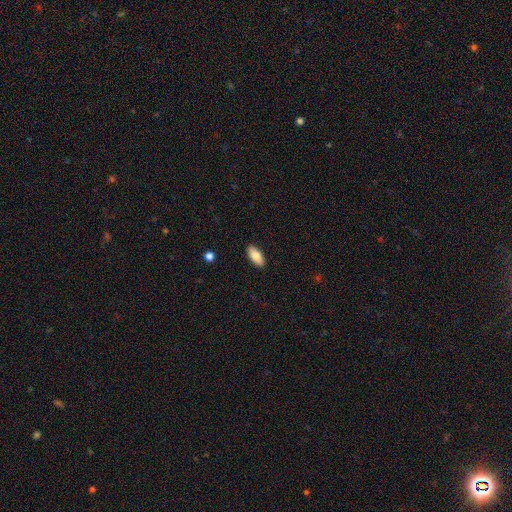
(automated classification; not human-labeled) Smooth or featured? smooth (82%)
How rounded? in between (88%)
Merging? none (89%)